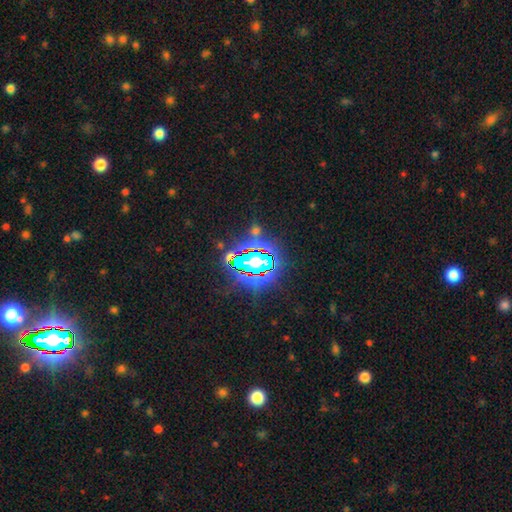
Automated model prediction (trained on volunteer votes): This appears to be a star or artifact, not a galaxy (83%).